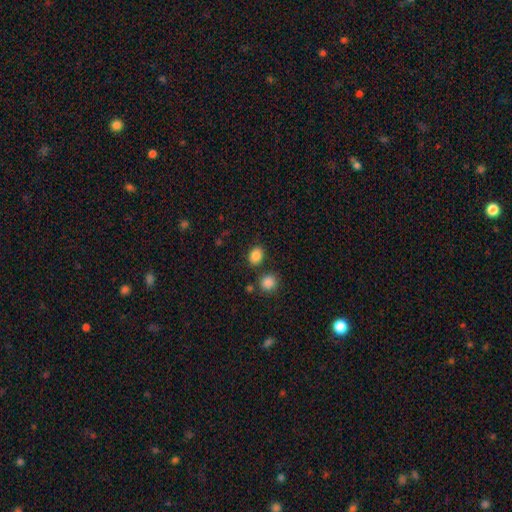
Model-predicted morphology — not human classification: smooth_or_featured: smooth (p=0.86) [alt: star or artifact p=0.10]
how_rounded: in between (p=0.58) [alt: round p=0.41]
merging: none (p=0.79) [alt: minor disturbance p=0.10]